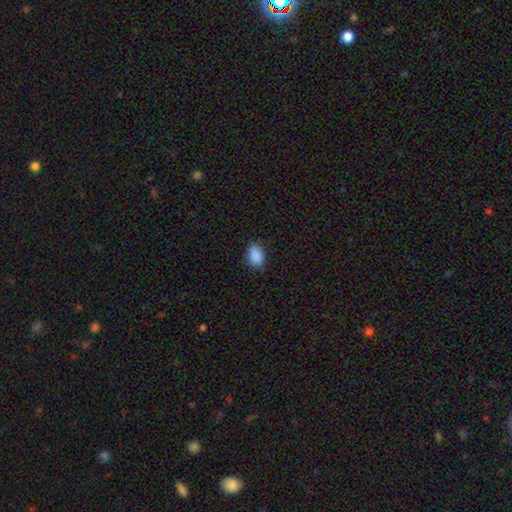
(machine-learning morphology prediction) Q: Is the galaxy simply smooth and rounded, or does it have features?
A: smooth — 89%.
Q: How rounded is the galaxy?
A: in between — 76%.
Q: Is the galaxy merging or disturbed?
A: none — 81%.